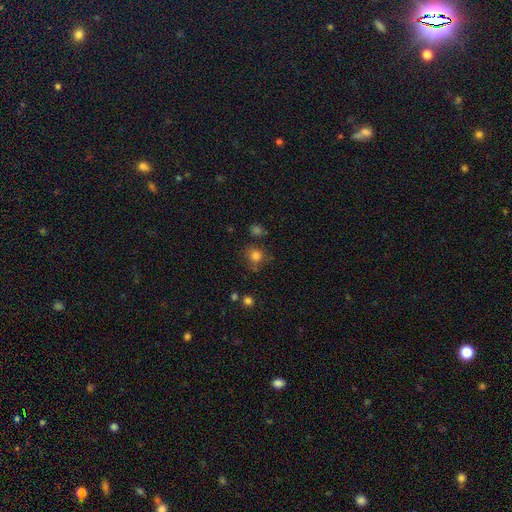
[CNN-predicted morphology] smooth_or_featured: smooth (p=0.79) [alt: star or artifact p=0.14]
how_rounded: round (p=0.85) [alt: in between p=0.14]
merging: none (p=0.71) [alt: minor disturbance p=0.15]